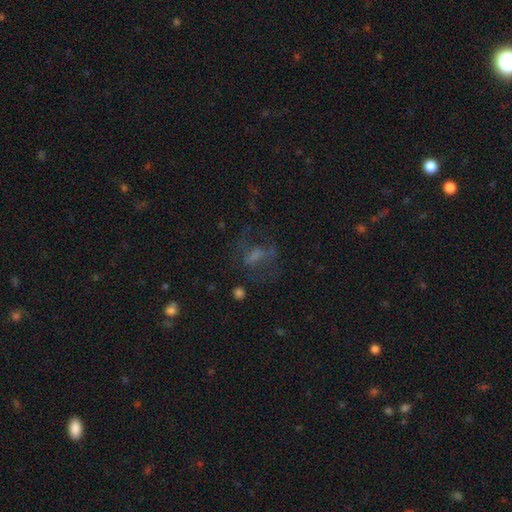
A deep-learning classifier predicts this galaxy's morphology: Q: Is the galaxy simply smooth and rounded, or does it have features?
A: featured or disk — 39%.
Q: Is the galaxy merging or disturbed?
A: none — 49%.